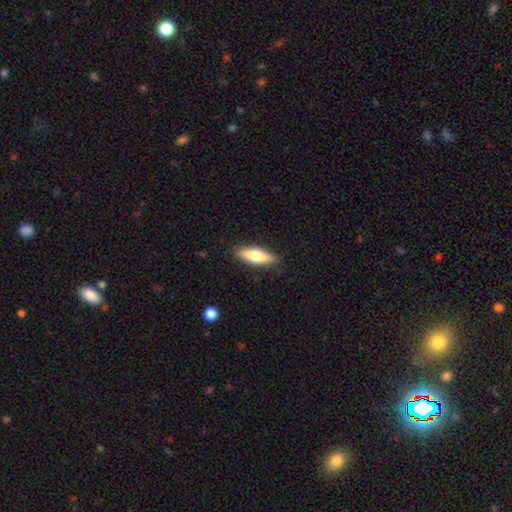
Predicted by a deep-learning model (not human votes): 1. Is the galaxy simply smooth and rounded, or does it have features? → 65% smooth, 29% featured or disk, 6% star or artifact.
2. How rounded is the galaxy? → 53% cigar-shaped, 45% in between, 2% round.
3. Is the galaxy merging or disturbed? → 88% none, 9% minor disturbance, 2% major disturbance, 1% merger.